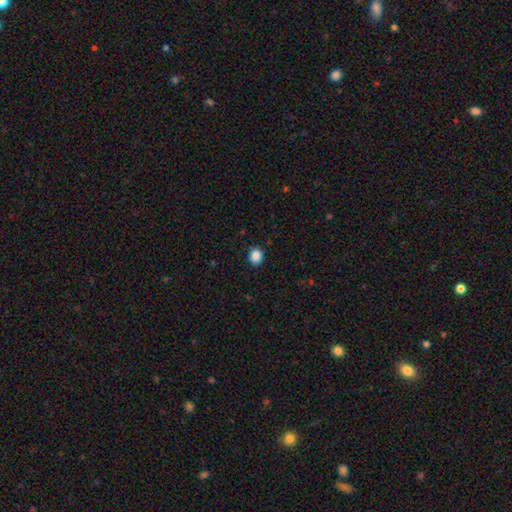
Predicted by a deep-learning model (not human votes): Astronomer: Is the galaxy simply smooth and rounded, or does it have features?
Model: smooth — 87%.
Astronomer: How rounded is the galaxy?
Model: round — 71%.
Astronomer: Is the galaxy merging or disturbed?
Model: none — 90%.